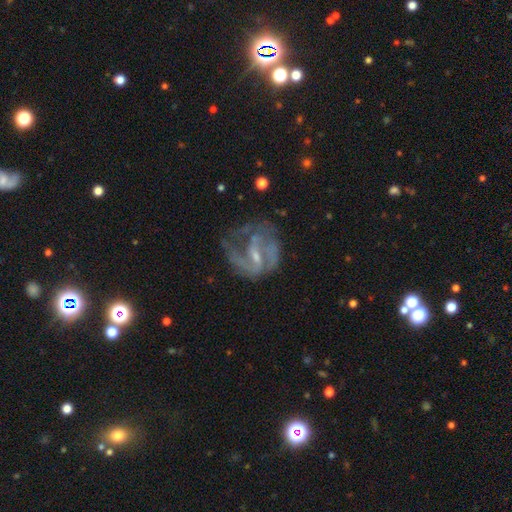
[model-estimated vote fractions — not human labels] Overall: featured or disk (79%). Edge-on disk: no (97%). Bar: weak (52%; no 24%). Spiral arms: yes (81%). Spiral arm count: 2 (49%; can't tell 22%). Spiral winding: medium (47%; loose 30%). Bulge size: small (57%; moderate 25%). Merging: none (41%; major disturbance 34%).